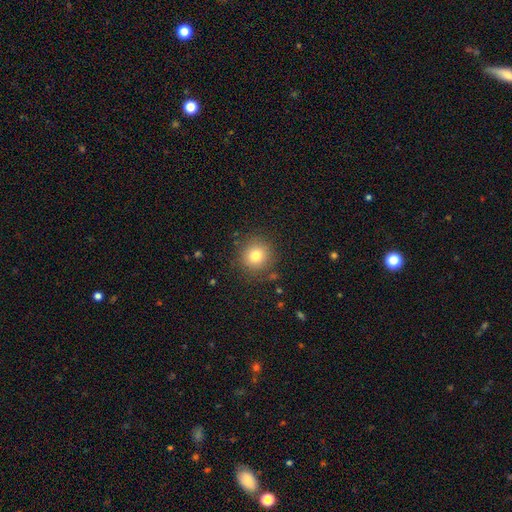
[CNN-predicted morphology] Smooth or featured? smooth (79%)
How rounded? round (92%)
Merging? none (86%)